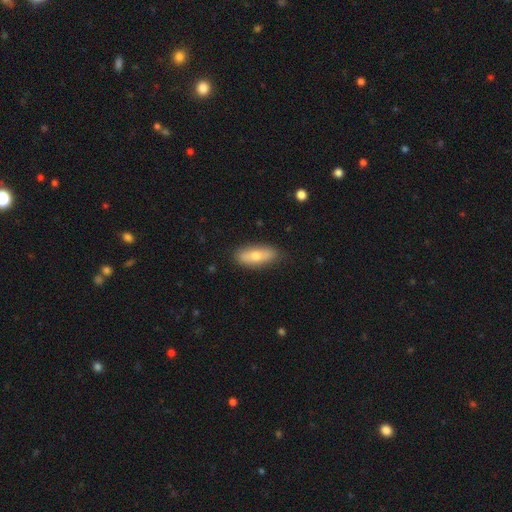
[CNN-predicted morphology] Smooth or featured?
  - smooth: 64% *
  - featured or disk: 30%
  - star or artifact: 6%
How rounded?
  - in between: 71% *
  - cigar-shaped: 27%
  - round: 3%
Merging?
  - none: 82% *
  - minor disturbance: 14%
  - major disturbance: 2%
  - merger: 1%